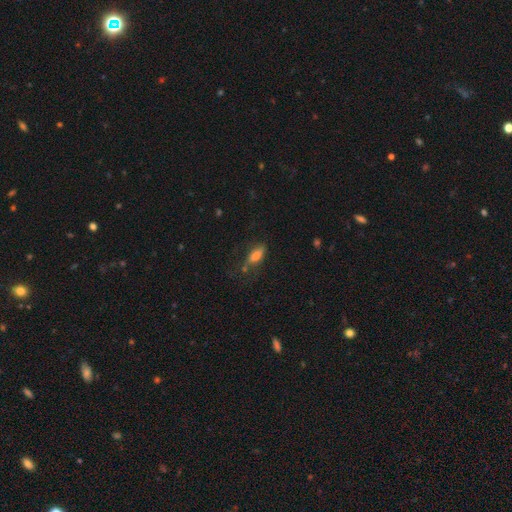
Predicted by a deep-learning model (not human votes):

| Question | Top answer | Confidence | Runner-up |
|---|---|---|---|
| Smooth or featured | smooth | 79% | featured or disk (11%) |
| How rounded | in between | 77% | cigar-shaped (19%) |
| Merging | none | 56% | minor disturbance (25%) |